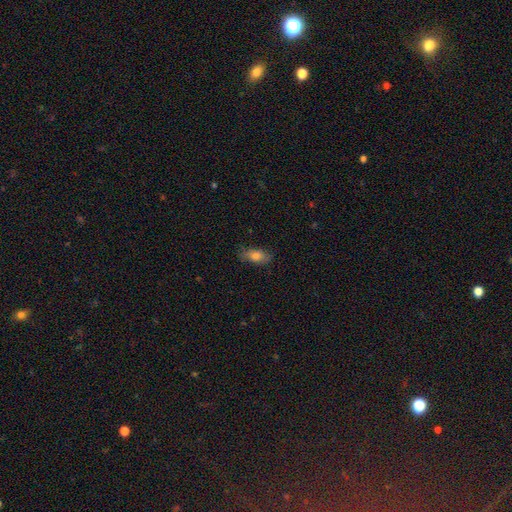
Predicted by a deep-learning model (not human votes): smooth_or_featured: smooth (p=0.74) [alt: featured or disk p=0.17]
how_rounded: in between (p=0.83) [alt: cigar-shaped p=0.11]
merging: none (p=0.76) [alt: minor disturbance p=0.18]